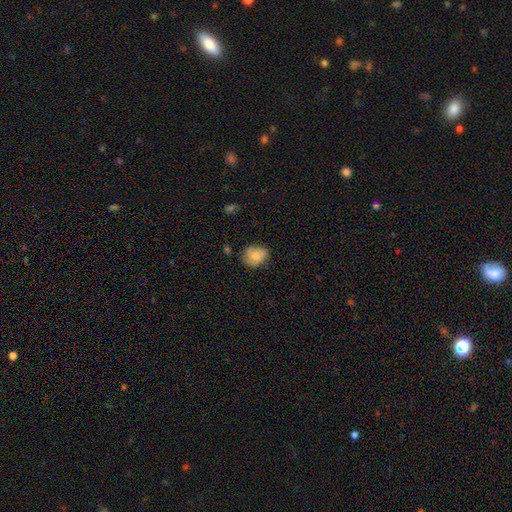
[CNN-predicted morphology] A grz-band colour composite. It shows a smooth galaxy with no disk features (70%) that is round (54%). Merging: none (61%).